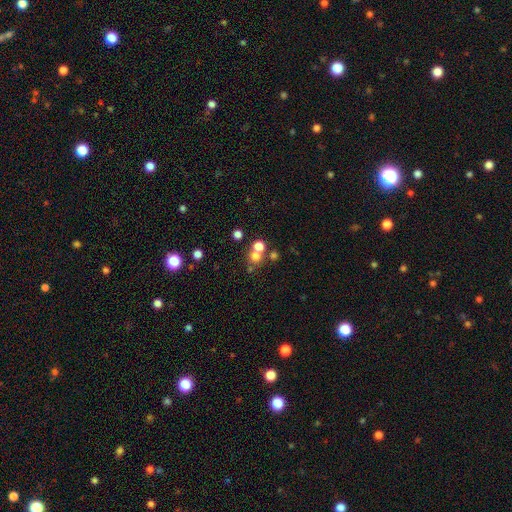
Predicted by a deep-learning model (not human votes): Overall: smooth (66%). How rounded: round (87%). Merging: none (49%; merger 41%).